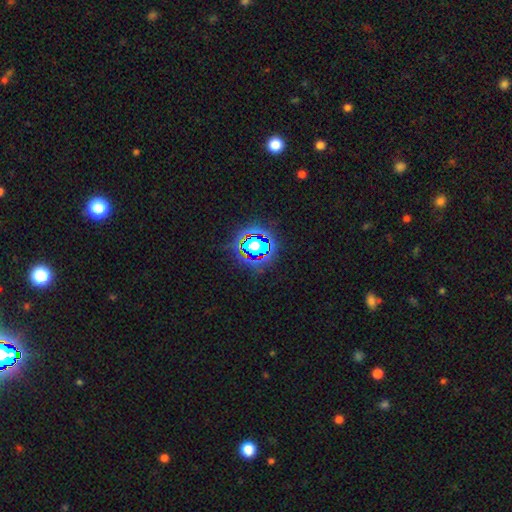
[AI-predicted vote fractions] Overall: star or artifact (80%).